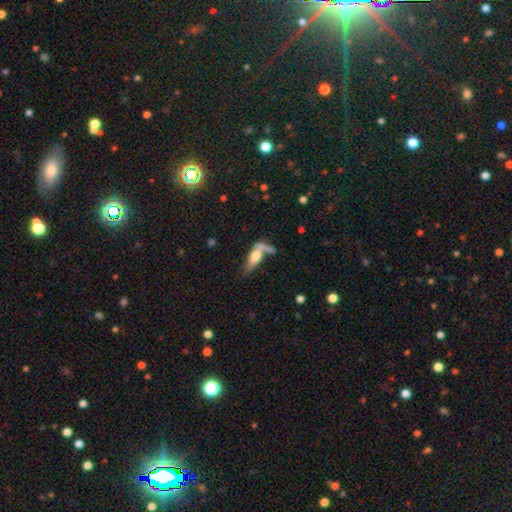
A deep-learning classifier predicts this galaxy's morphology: type=smooth (58%); roundness=in between (55%); merging=none (36%).